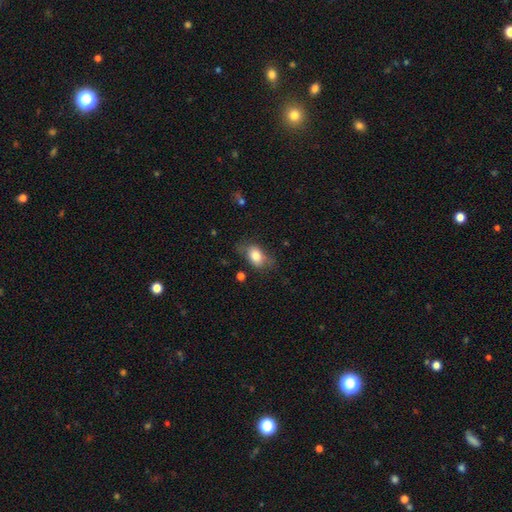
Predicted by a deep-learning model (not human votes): A smooth galaxy with no disk features (78%) that is in between round and cigar-shaped (80%). Merging: none (60%).